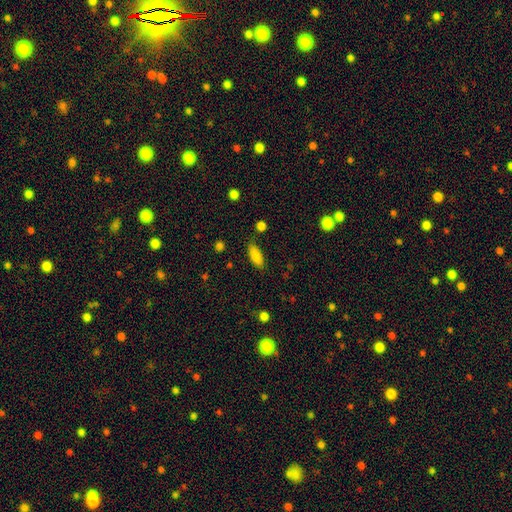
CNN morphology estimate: Smooth or featured? smooth (86%)
How rounded? in between (77%)
Merging? none (81%)